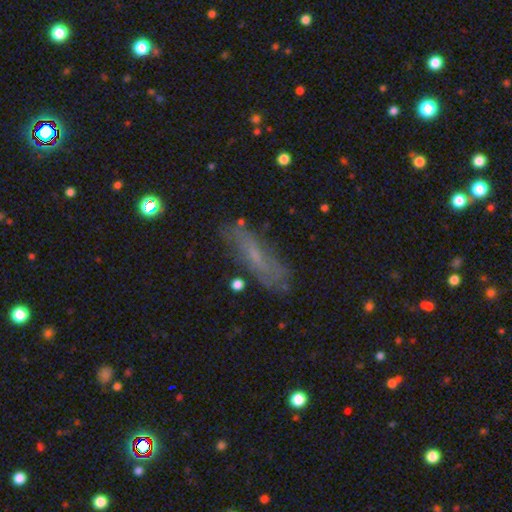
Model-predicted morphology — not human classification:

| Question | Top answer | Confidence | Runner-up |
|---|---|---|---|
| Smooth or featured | smooth | 47% | featured or disk (39%) |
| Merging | none | 74% | minor disturbance (17%) |